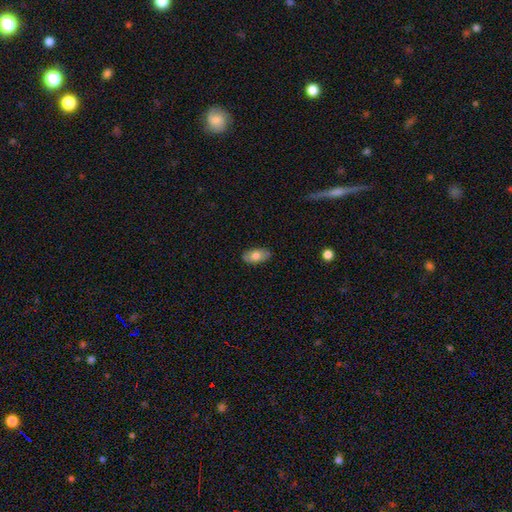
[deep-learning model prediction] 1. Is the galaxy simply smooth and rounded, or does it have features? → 74% smooth, 19% featured or disk, 7% star or artifact.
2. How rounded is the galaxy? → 93% in between, 4% round, 3% cigar-shaped.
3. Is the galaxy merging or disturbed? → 86% none, 11% minor disturbance, 2% major disturbance, 1% merger.